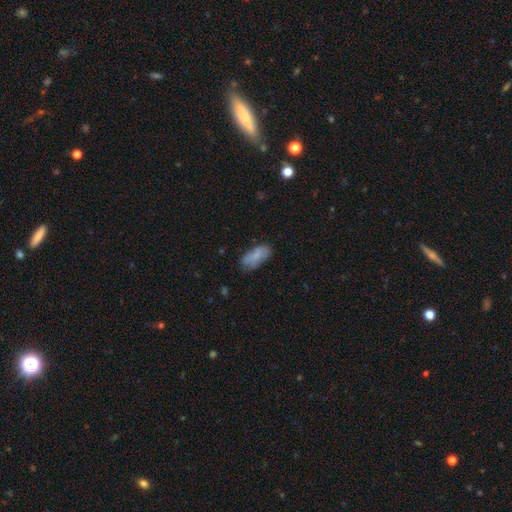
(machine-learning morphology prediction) A smooth galaxy with no disk features (77%) that is in between round and cigar-shaped (87%).

Vote fractions:
- Smooth or featured? smooth: 77% / featured or disk: 15% / star or artifact: 8%
- How rounded? in between: 87% / cigar-shaped: 11% / round: 2%
- Merging? none: 63% / minor disturbance: 26% / major disturbance: 8% / merger: 4%